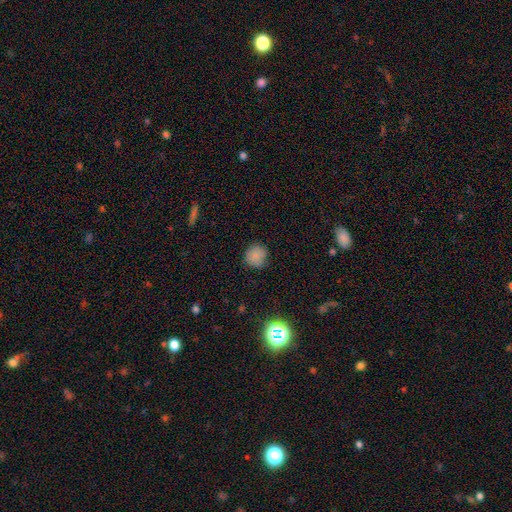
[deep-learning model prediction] Smooth or featured?
  - smooth: 82% *
  - star or artifact: 12%
  - featured or disk: 6%
How rounded?
  - round: 90% *
  - in between: 9%
  - cigar-shaped: 1%
Merging?
  - none: 83% *
  - minor disturbance: 13%
  - major disturbance: 3%
  - merger: 1%